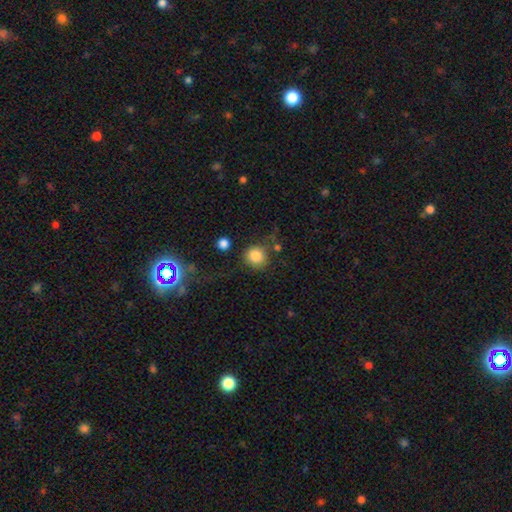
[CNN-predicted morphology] Smooth or featured? smooth (84%)
How rounded? round (91%)
Merging? none (74%)